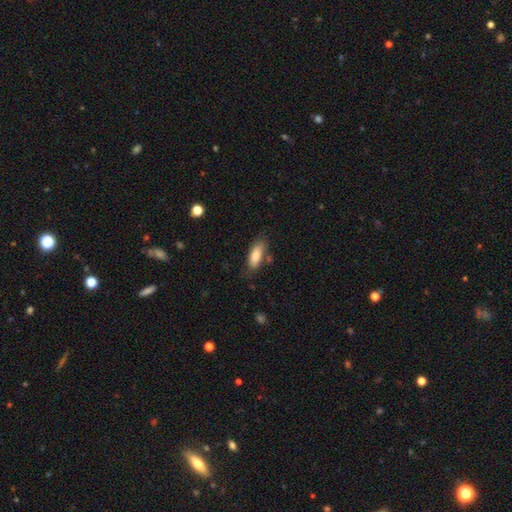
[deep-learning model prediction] Smooth or featured?
  - smooth: 80% *
  - featured or disk: 13%
  - star or artifact: 7%
How rounded?
  - in between: 73% *
  - cigar-shaped: 25%
  - round: 2%
Merging?
  - none: 69% *
  - minor disturbance: 20%
  - merger: 5%
  - major disturbance: 5%